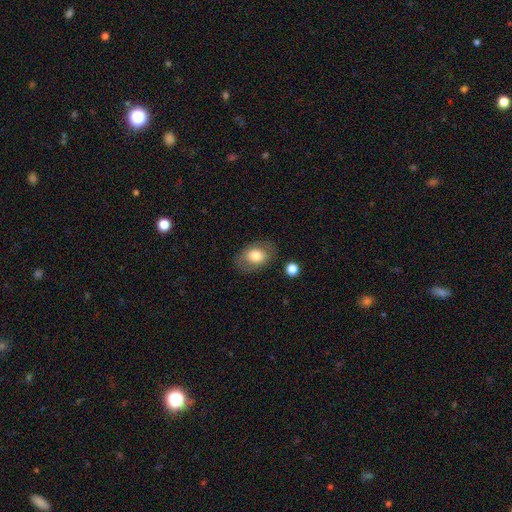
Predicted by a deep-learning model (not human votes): smooth 70%, featured or disk 22%, star or artifact 8%. Down the decision tree: how rounded — in between (75%); merging — none (78%).